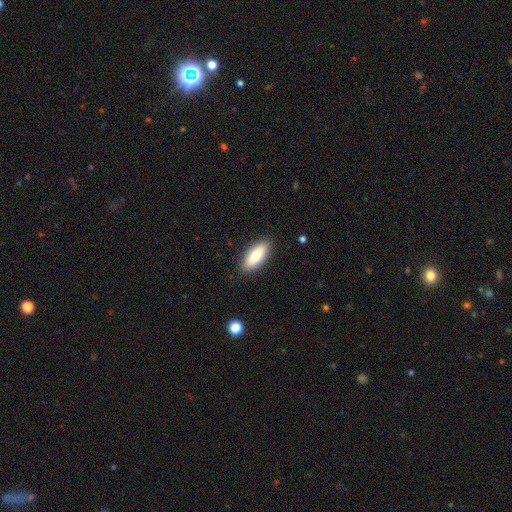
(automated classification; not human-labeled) Smooth or featured? smooth (79%)
How rounded? in between (82%)
Merging? none (88%)